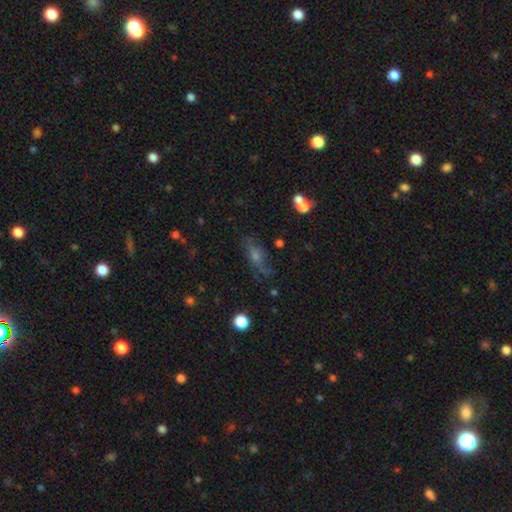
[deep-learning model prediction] smooth_or_featured: featured or disk (p=0.41) [alt: smooth p=0.35]
merging: none (p=0.66) [alt: minor disturbance p=0.20]